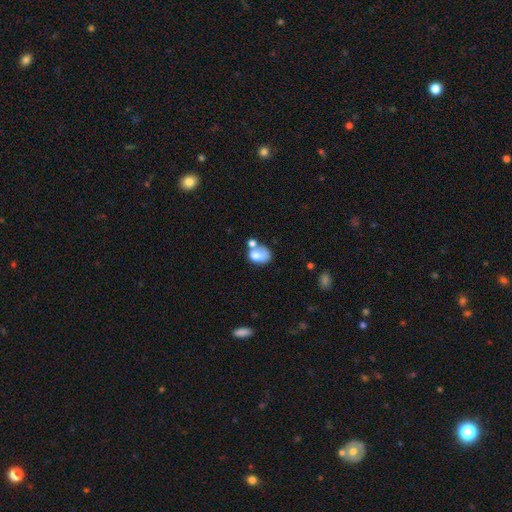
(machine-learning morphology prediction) This appears to be a smooth galaxy with no disk features (72%) that is in between round and cigar-shaped (75%). Merging: merger (43%).